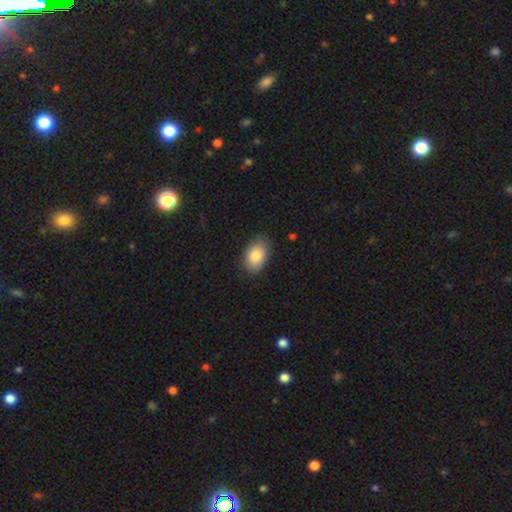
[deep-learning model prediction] smooth-or-featured: smooth: 85% | featured or disk: 9% | star or artifact: 7%
  how-rounded: in between: 90% | round: 9% | cigar-shaped: 1%
  merging: none: 82% | minor disturbance: 14% | major disturbance: 3% | merger: 1%